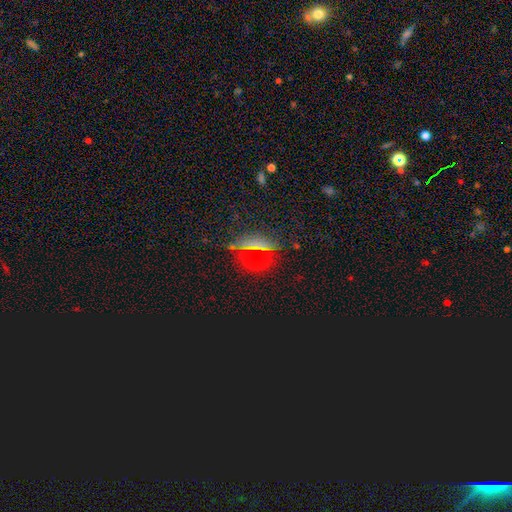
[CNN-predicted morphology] smooth 59%, star or artifact 28%, featured or disk 13%. Down the decision tree: how rounded — round (72%); merging — none (77%).